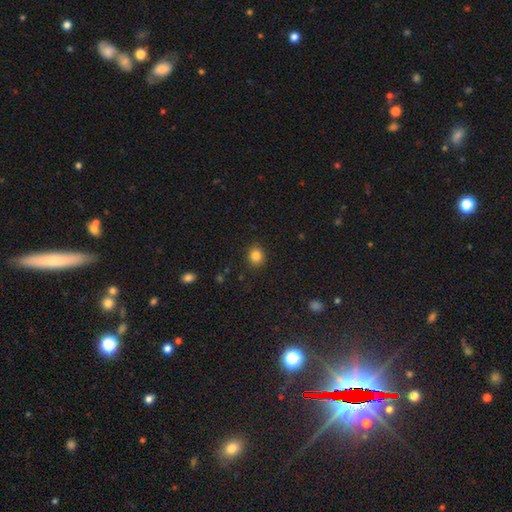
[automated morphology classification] This appears to be a smooth galaxy with no disk features (84%) that is round (75%). Merging: none (89%).